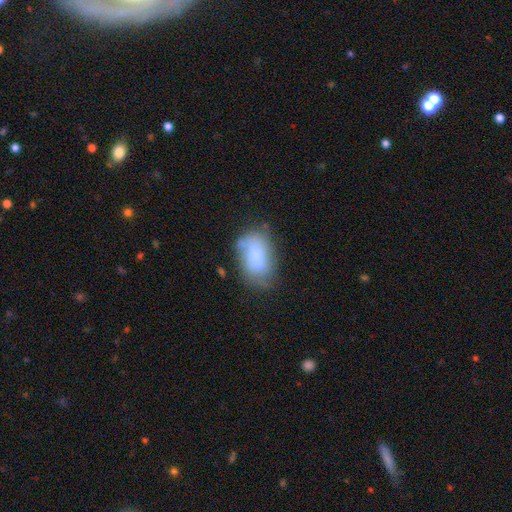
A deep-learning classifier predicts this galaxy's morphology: Smooth or featured?
  - smooth: 78% *
  - featured or disk: 15%
  - star or artifact: 8%
How rounded?
  - in between: 91% *
  - round: 7%
  - cigar-shaped: 2%
Merging?
  - none: 52% *
  - minor disturbance: 30%
  - major disturbance: 11%
  - merger: 7%